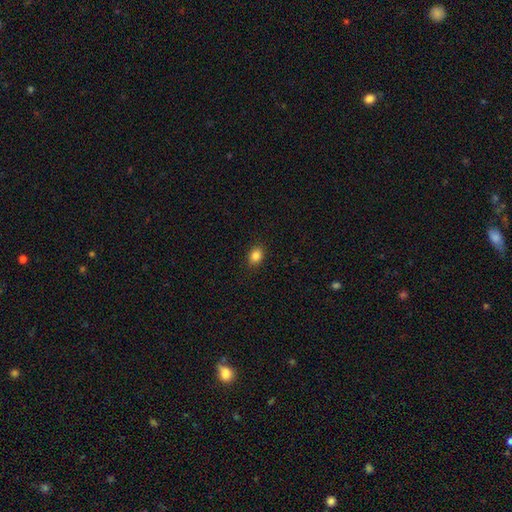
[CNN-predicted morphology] A smooth galaxy with no disk features (85%) that is in between round and cigar-shaped (62%).

Vote fractions:
- Smooth or featured? smooth: 85% / star or artifact: 10% / featured or disk: 5%
- How rounded? in between: 62% / round: 37% / cigar-shaped: 1%
- Merging? none: 88% / minor disturbance: 9% / major disturbance: 2% / merger: 1%